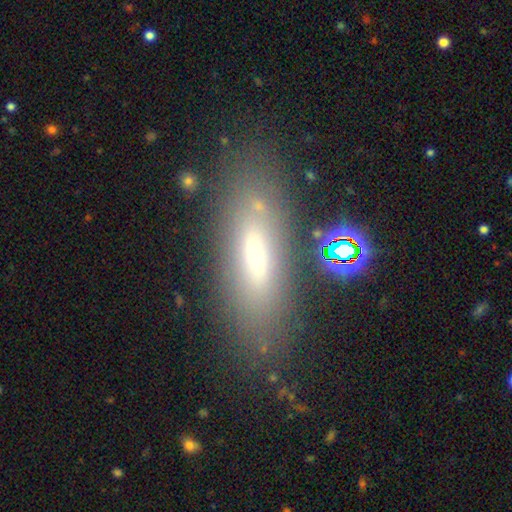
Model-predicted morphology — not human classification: Overall: smooth (61%; featured or disk 24%). How rounded: in between (49%; cigar-shaped 48%). Merging: none (76%).